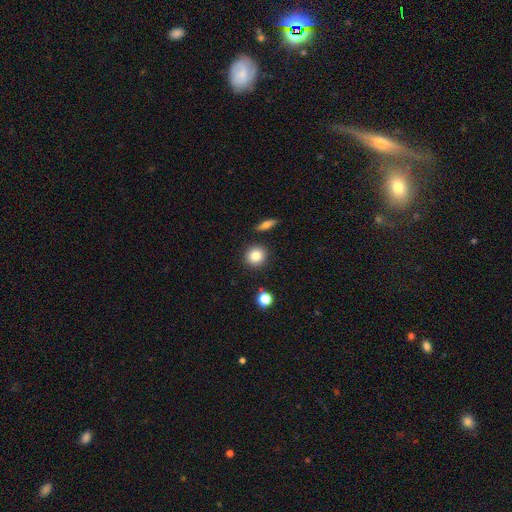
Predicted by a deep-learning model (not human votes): Smooth or featured? smooth (83%)
How rounded? round (90%)
Merging? none (89%)